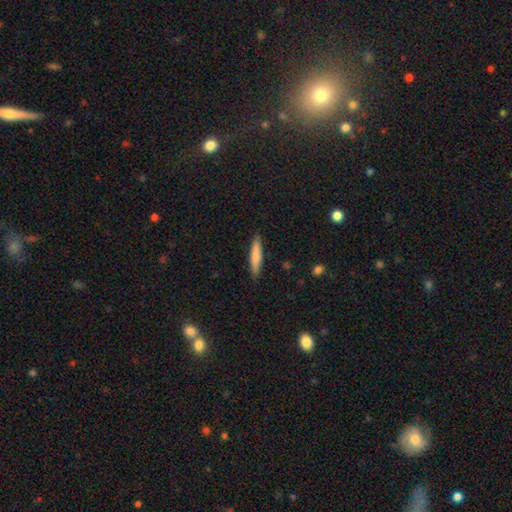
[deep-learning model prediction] Smooth or featured? smooth (75%)
How rounded? cigar-shaped (90%)
Merging? none (89%)